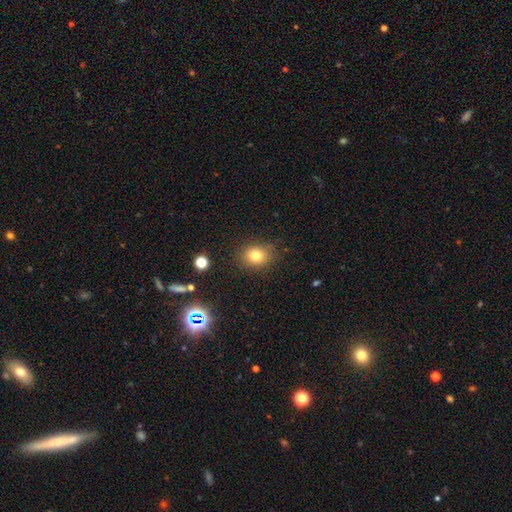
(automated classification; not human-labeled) This appears to be a smooth galaxy with no disk features (78%) that is round (60%). Merging: none (83%).